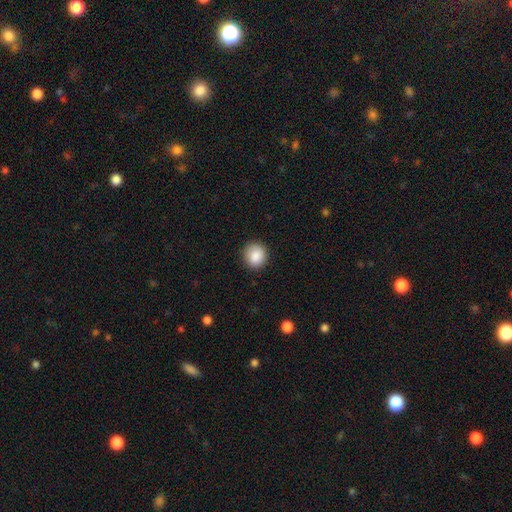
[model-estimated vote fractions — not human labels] Overall: smooth (88%). How rounded: round (88%). Merging: none (89%).